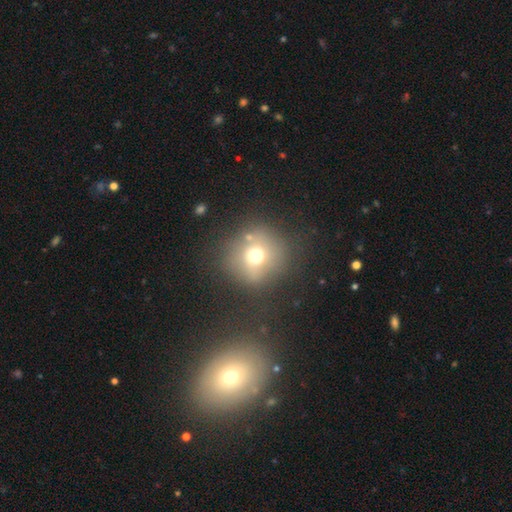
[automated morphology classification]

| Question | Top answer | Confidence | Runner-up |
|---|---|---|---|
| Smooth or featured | smooth | 66% | star or artifact (17%) |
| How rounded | round | 89% | in between (10%) |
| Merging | none | 71% | minor disturbance (14%) |